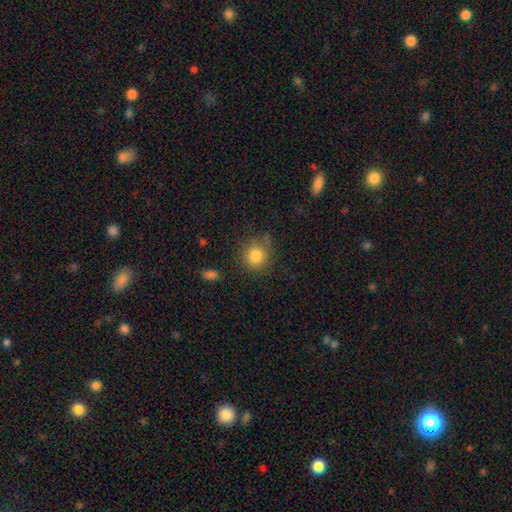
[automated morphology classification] A smooth galaxy with no disk features (82%) that is round (88%). Merging: none (72%).